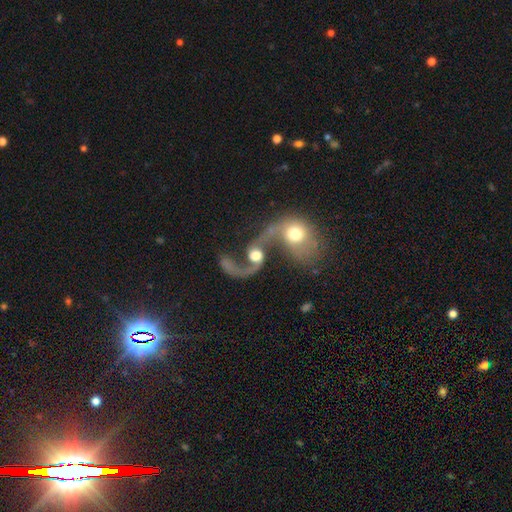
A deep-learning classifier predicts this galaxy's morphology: Smooth or featured? featured or disk (78%)
Edge-on disk? no (97%)
Bar? no (65%)
Spiral arms? yes (89%)
Spiral winding? loose (81%)
Spiral arm count? 2 (80%)
Bulge size? moderate (55%)
Merging? merger (72%)